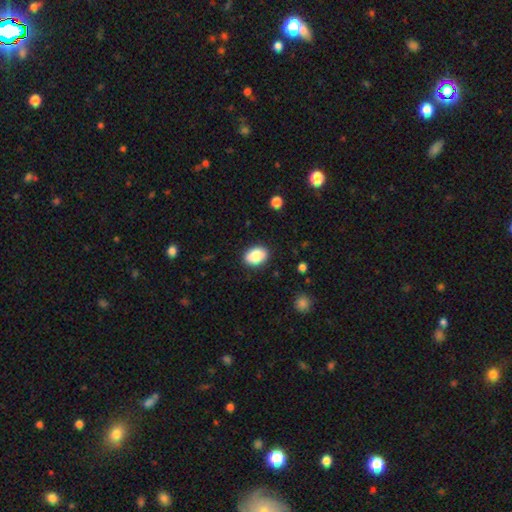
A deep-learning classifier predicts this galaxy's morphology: This is clearly a smooth galaxy (86%). How rounded: likely in between (76%). Merging: clearly none (88%).